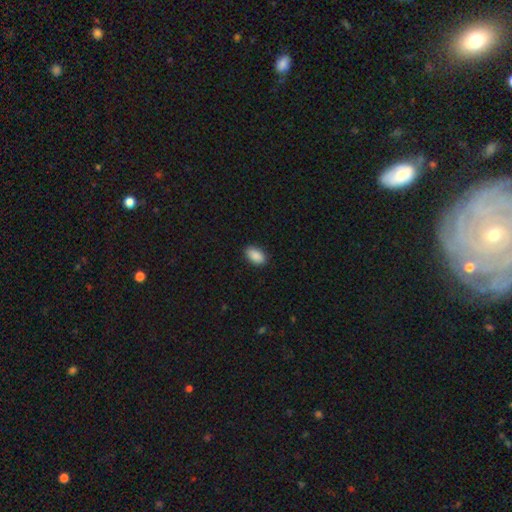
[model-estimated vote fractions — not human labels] Smooth or featured?
  - smooth: 90% *
  - star or artifact: 7%
  - featured or disk: 3%
How rounded?
  - in between: 94% *
  - round: 4%
  - cigar-shaped: 2%
Merging?
  - none: 89% *
  - minor disturbance: 8%
  - major disturbance: 2%
  - merger: 1%